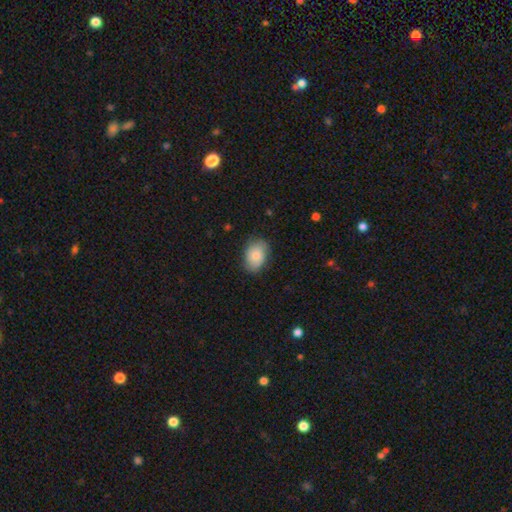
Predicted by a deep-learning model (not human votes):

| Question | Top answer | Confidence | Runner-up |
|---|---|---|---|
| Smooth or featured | smooth | 77% | featured or disk (16%) |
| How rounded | in between | 81% | round (17%) |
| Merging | none | 77% | minor disturbance (19%) |